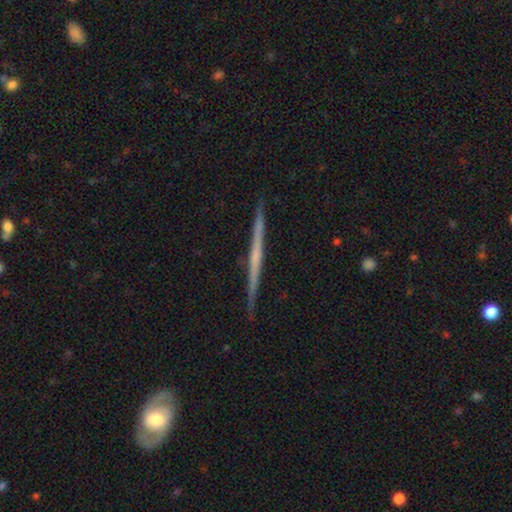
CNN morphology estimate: Smooth or featured? featured or disk (69%)
Edge-on disk? yes (98%)
Edge-on bulge? none (78%)
Merging? none (91%)